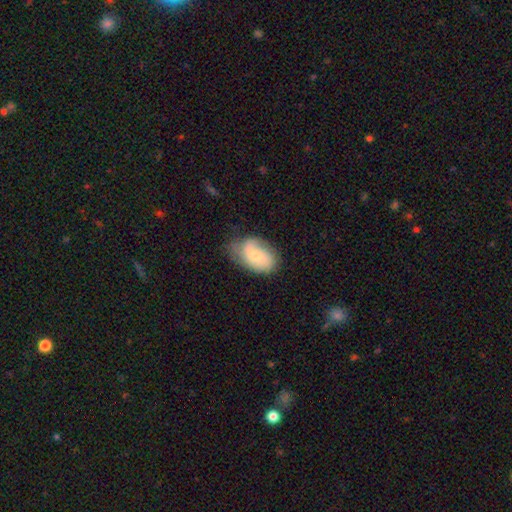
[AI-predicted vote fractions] smooth_or_featured: smooth (p=0.52) [alt: featured or disk p=0.40]
how_rounded: in between (p=0.87) [alt: round p=0.12]
merging: none (p=0.53) [alt: minor disturbance p=0.32]